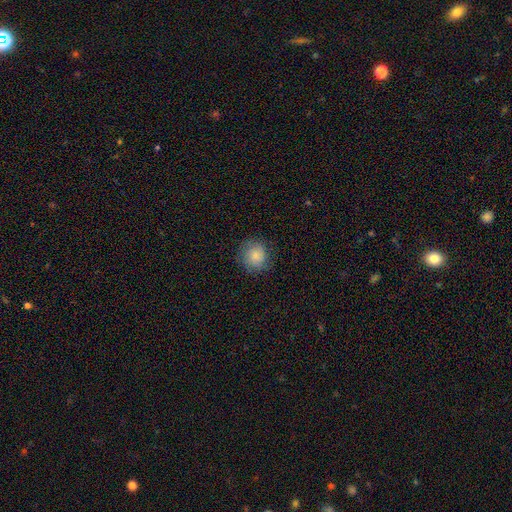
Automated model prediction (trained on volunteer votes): Q: Smooth or featured?
A: smooth (77%); runner-up: featured or disk (15%)
Q: How rounded?
A: round (89%); runner-up: in between (10%)
Q: Merging?
A: none (79%); runner-up: minor disturbance (15%)